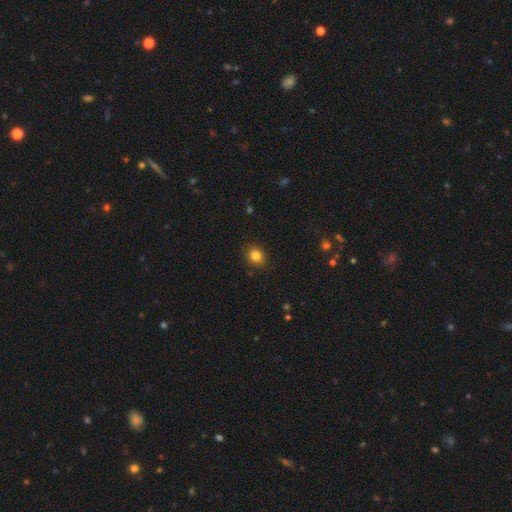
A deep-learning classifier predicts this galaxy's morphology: A smooth galaxy with no disk features (83%) that is round (64%). Merging: none (86%).